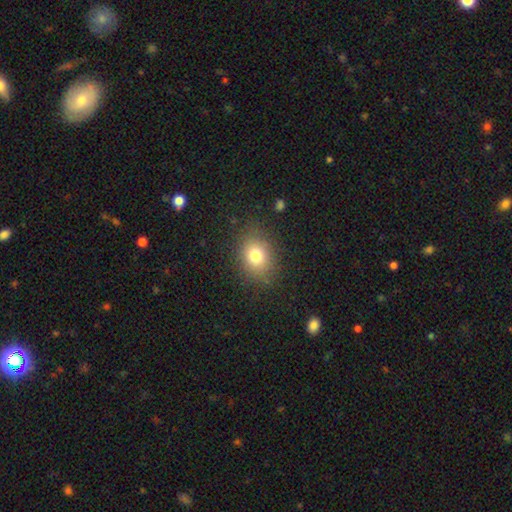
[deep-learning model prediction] A smooth galaxy with no disk features (77%) that is round (50%).

Vote fractions:
- Smooth or featured? smooth: 77% / star or artifact: 13% / featured or disk: 10%
- How rounded? round: 50% / in between: 49% / cigar-shaped: 1%
- Merging? none: 83% / minor disturbance: 11% / major disturbance: 4% / merger: 1%